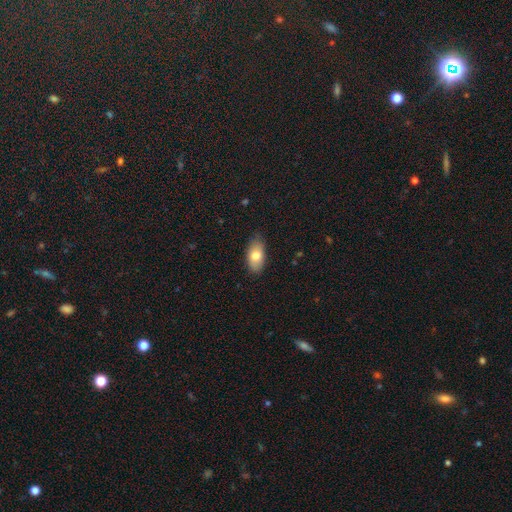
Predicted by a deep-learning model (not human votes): Smooth or featured: smooth — 78% (featured or disk — 15%)
How rounded: in between — 91% (round — 5%)
Merging: none — 78% (minor disturbance — 18%)